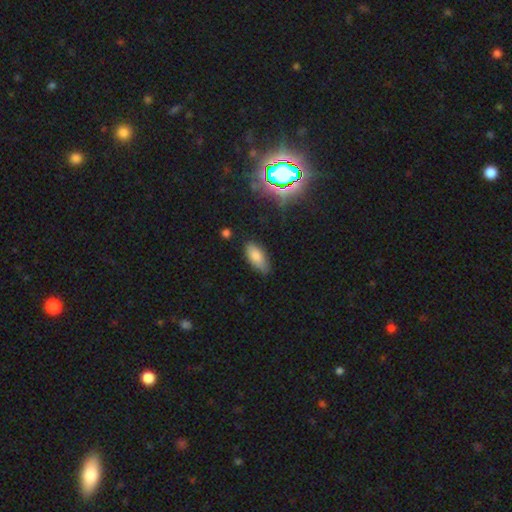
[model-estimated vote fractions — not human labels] The model was most divided on "merging": none: 78%, minor disturbance: 17%, major disturbance: 3%, merger: 2%. More confident: how rounded — in between (86%); smooth or featured — smooth (80%).